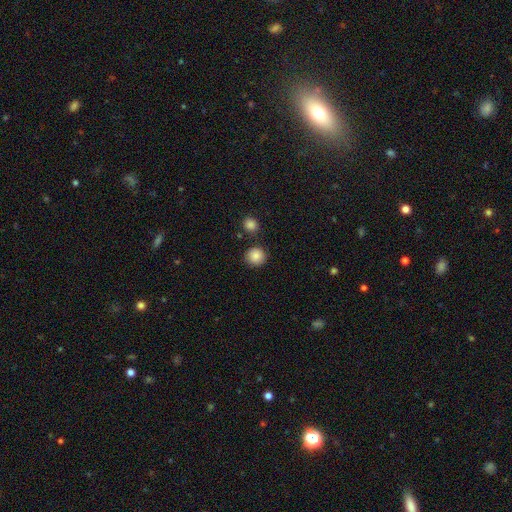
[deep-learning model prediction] Q: Smooth or featured?
A: smooth (87%); runner-up: star or artifact (9%)
Q: How rounded?
A: round (92%); runner-up: in between (7%)
Q: Merging?
A: none (85%); runner-up: minor disturbance (8%)